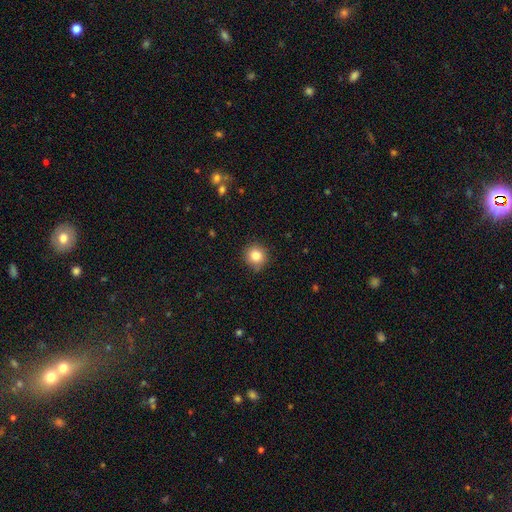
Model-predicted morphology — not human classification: This appears to be a smooth galaxy with no disk features (83%) that is round (92%). Merging: none (88%).